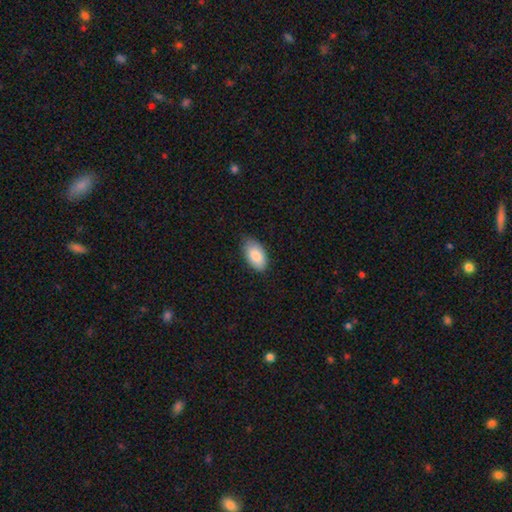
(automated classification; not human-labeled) The model was most divided on "merging": none: 74%, minor disturbance: 22%, major disturbance: 3%, merger: 1%. More confident: how rounded — in between (95%); smooth or featured — smooth (85%).